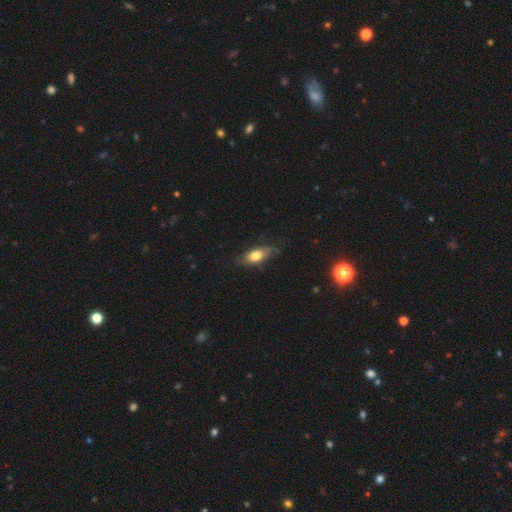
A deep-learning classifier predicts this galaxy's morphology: Smooth or featured? Predicted: smooth (p=0.70). How rounded? Predicted: in between (p=0.77). Merging? Predicted: none (p=0.65).